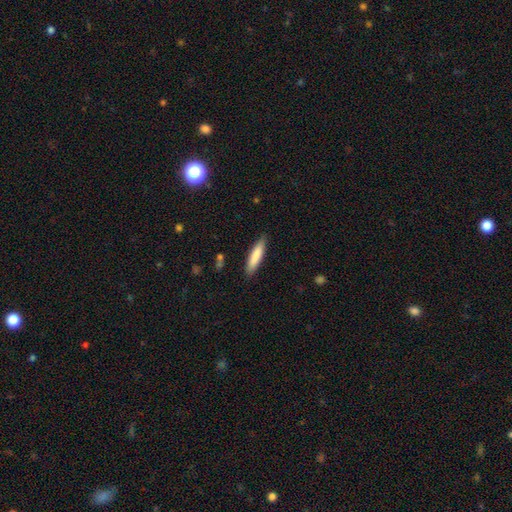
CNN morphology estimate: The model was most divided on "how rounded": cigar-shaped: 77%, in between: 22%, round: 1%. More confident: merging — none (86%); smooth or featured — smooth (82%).